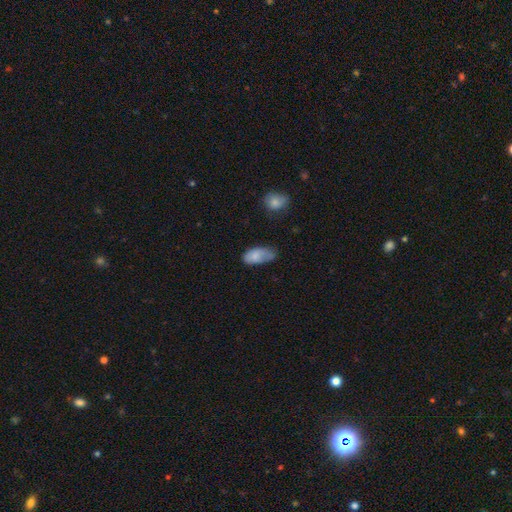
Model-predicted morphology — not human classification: smooth 79%, featured or disk 14%, star or artifact 7%. Down the decision tree: how rounded — in between (93%); merging — none (45%).